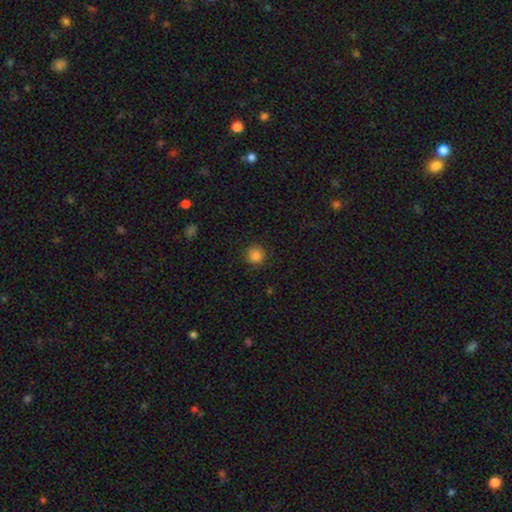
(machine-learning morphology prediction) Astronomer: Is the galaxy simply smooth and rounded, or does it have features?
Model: smooth — 84%.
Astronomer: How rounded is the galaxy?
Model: round — 94%.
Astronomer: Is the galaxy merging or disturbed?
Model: none — 88%.